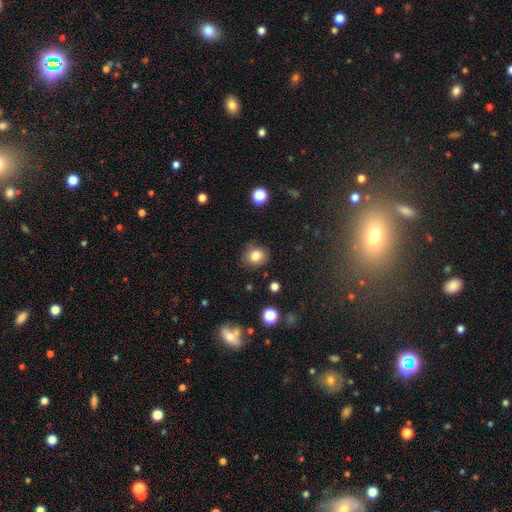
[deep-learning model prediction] Smooth or featured: smooth — 82% (star or artifact — 11%)
How rounded: round — 79% (in between — 20%)
Merging: none — 84% (minor disturbance — 12%)